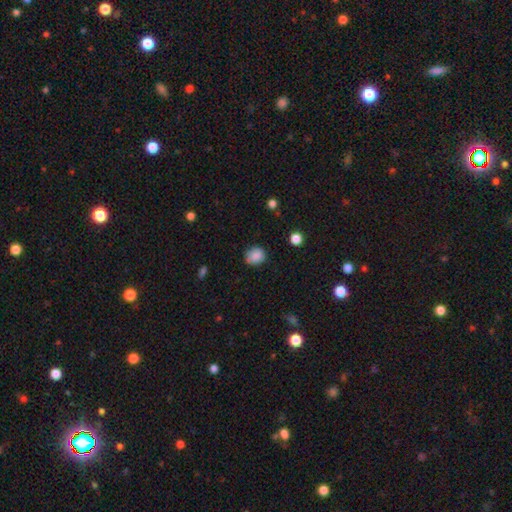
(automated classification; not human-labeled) Smooth or featured?
  - smooth: 86% *
  - star or artifact: 9%
  - featured or disk: 4%
How rounded?
  - round: 77% *
  - in between: 22%
  - cigar-shaped: 1%
Merging?
  - none: 75% *
  - minor disturbance: 19%
  - major disturbance: 4%
  - merger: 2%